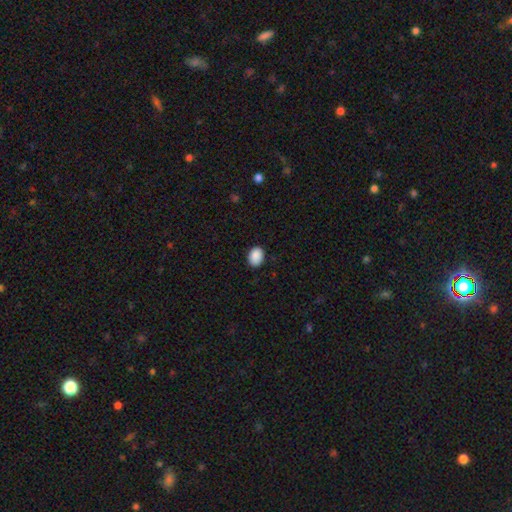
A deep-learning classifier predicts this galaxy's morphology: Smooth or featured: smooth — 90% (star or artifact — 7%)
How rounded: in between — 76% (round — 23%)
Merging: none — 87% (minor disturbance — 10%)